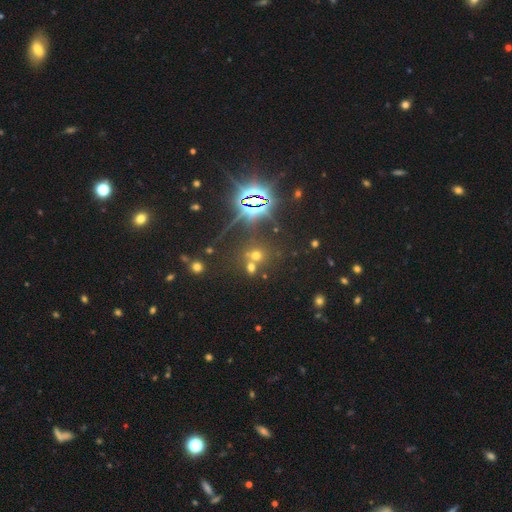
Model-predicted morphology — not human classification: A star or artifact, not a galaxy (45%).